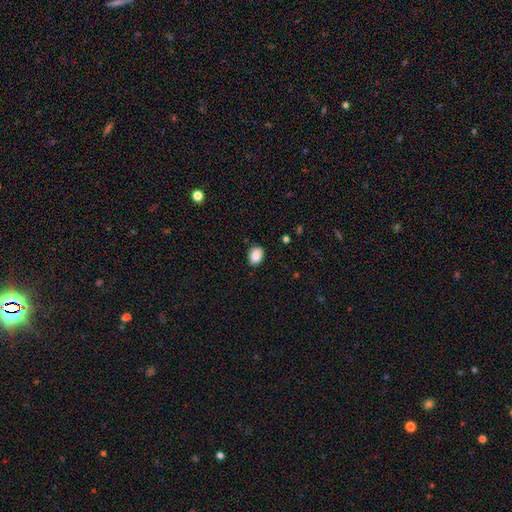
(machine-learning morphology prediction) Overall: smooth (88%). How rounded: in between (71%). Merging: none (85%).